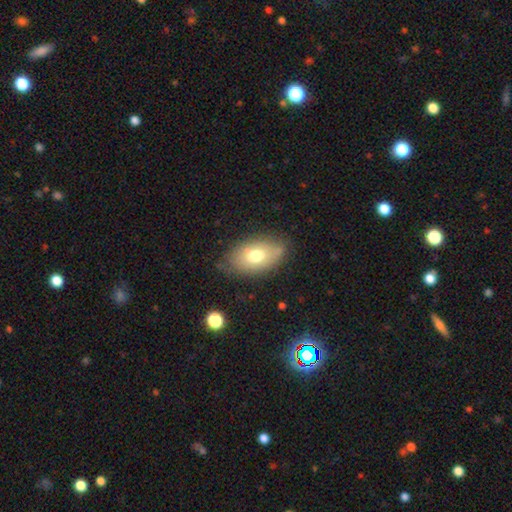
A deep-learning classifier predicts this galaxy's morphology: smooth_or_featured: smooth (p=0.69) [alt: featured or disk p=0.23]
how_rounded: in between (p=0.91) [alt: round p=0.08]
merging: none (p=0.75) [alt: minor disturbance p=0.18]